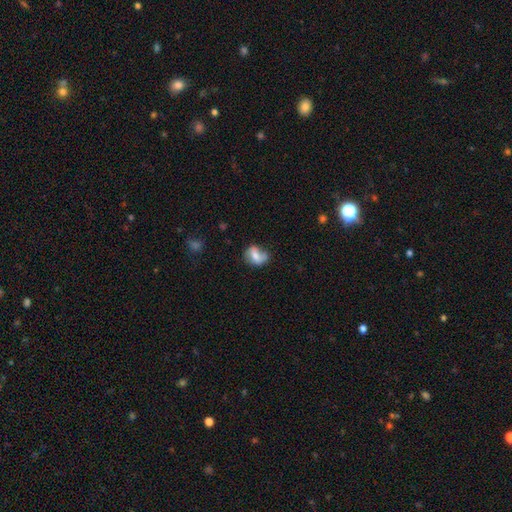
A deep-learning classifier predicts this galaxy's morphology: This appears to be a smooth galaxy with no disk features (48%). Merging: none (51%).